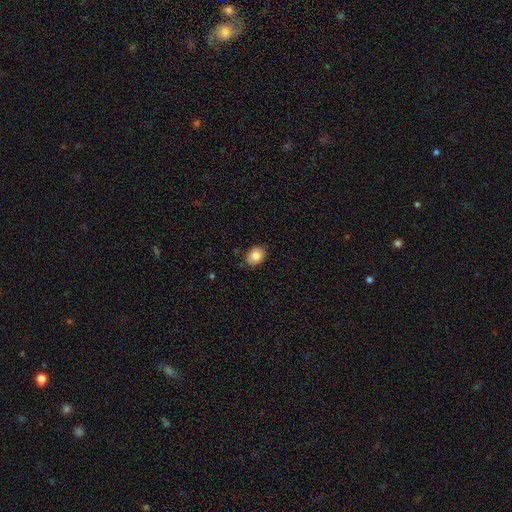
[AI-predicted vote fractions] Overall: smooth (84%). How rounded: in between (66%; round 33%). Merging: none (82%).